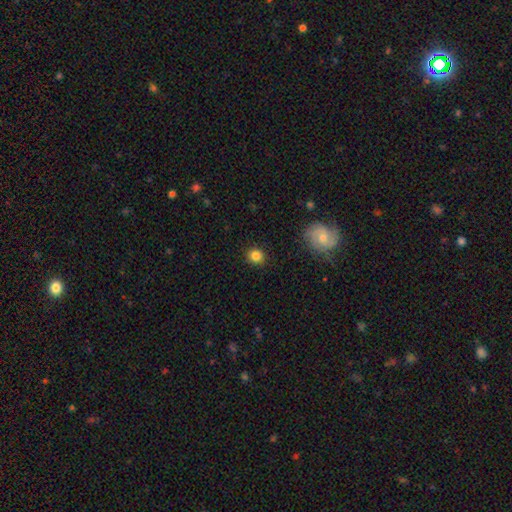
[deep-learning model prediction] A smooth galaxy with no disk features (85%) that is round (83%). Merging: none (90%).